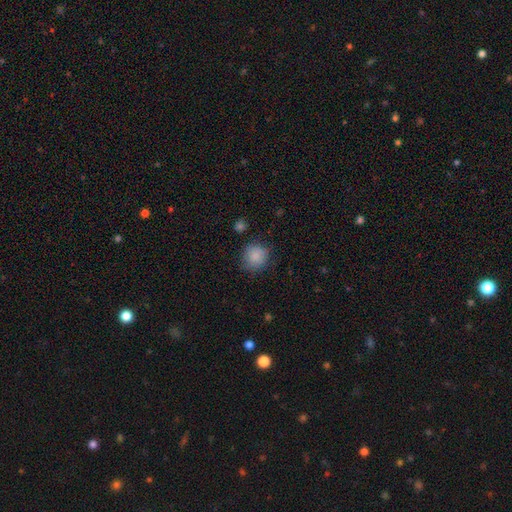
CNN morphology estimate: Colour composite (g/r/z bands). It shows a smooth galaxy with no disk features (87%) that is round (88%). Merging: none (79%).